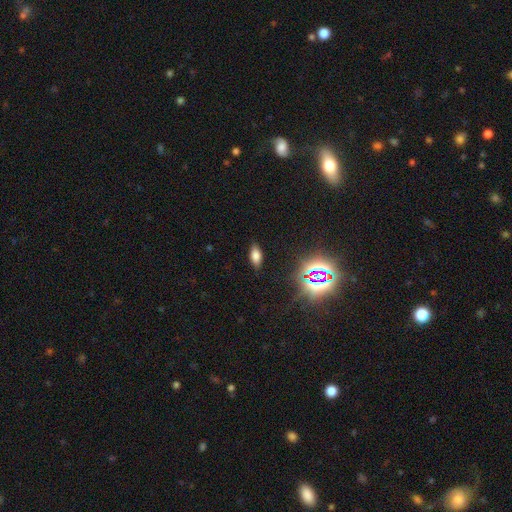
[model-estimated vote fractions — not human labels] This appears to be a smooth galaxy with no disk features (69%) that is in between round and cigar-shaped (84%). Merging: none (86%).